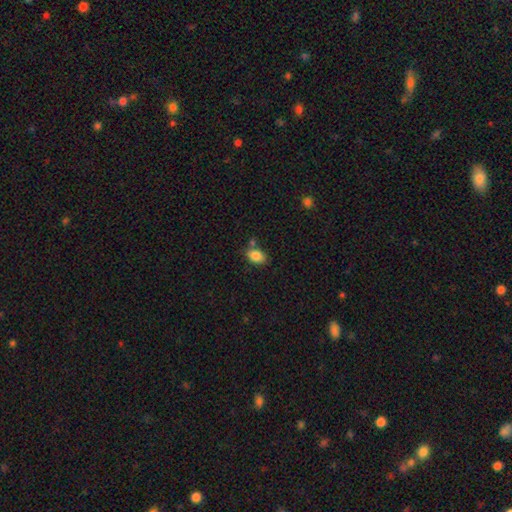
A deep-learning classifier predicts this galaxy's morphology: Q: Smooth or featured?
A: smooth (86%); runner-up: star or artifact (8%)
Q: How rounded?
A: in between (85%); runner-up: round (14%)
Q: Merging?
A: none (69%); runner-up: minor disturbance (15%)